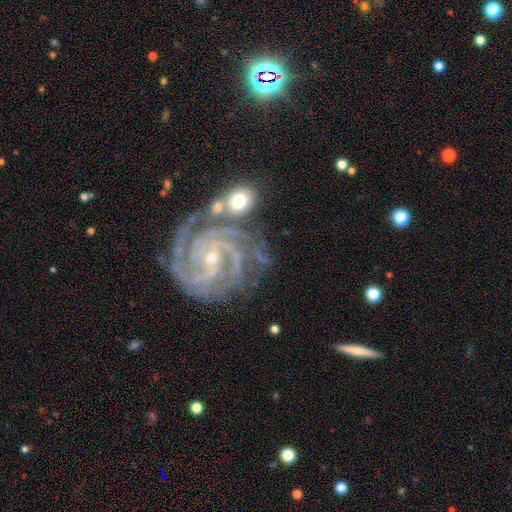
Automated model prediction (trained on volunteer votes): This appears to be a featured or disk galaxy (91%) with no bar (50%), 3 (35%) tight (72%) spiral arms (99%) and a small central bulge (72%). Merging: none (63%).